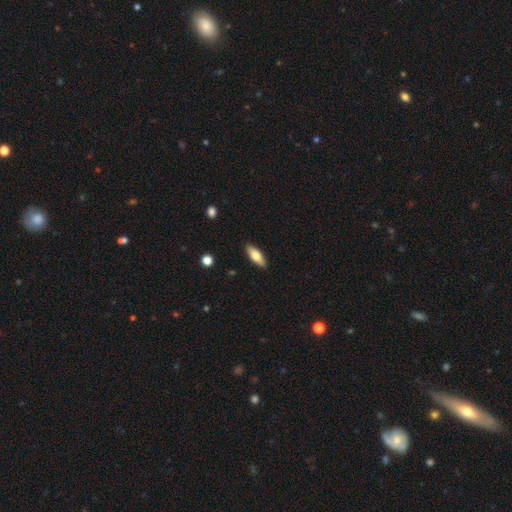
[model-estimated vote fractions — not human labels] Smooth or featured? Predicted: smooth (p=0.69). How rounded? Predicted: in between (p=0.64). Merging? Predicted: none (p=0.89).